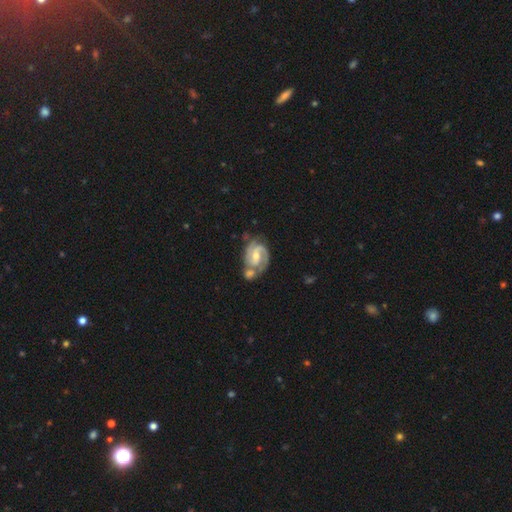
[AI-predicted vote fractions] smooth_or_featured: featured or disk (p=0.86) [alt: smooth p=0.09]
disk_edge_on: no (p=0.98) [alt: yes p=0.02]
bar: weak (p=0.50) [alt: no p=0.32]
has_spiral_arms: yes (p=0.96) [alt: no p=0.04]
spiral_winding: tight (p=0.49) [alt: medium p=0.41]
spiral_arm_count: 2 (p=0.79) [alt: can't tell p=0.07]
bulge_size: moderate (p=0.58) [alt: small p=0.37]
merging: merger (p=0.38) [tied with: none p=0.38]